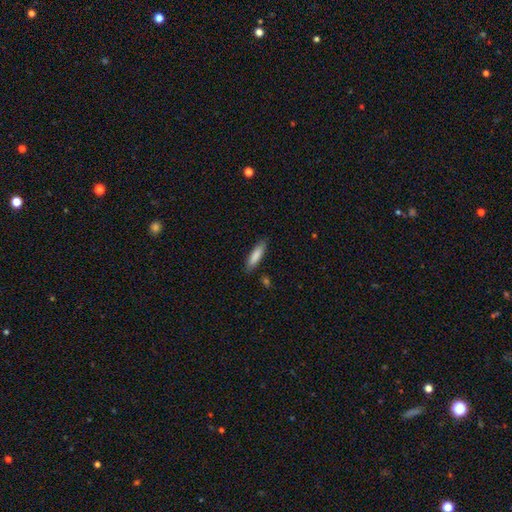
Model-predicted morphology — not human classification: type=smooth (85%); roundness=cigar-shaped (69%); merging=none (85%).